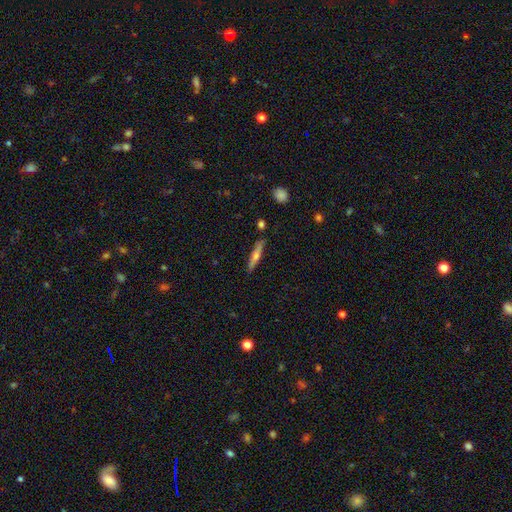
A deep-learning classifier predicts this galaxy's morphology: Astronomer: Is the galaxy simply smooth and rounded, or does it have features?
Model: smooth — 50% (runner-up: featured or disk, 43%).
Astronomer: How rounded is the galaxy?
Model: cigar-shaped — 89%.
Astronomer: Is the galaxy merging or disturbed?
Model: none — 85%.